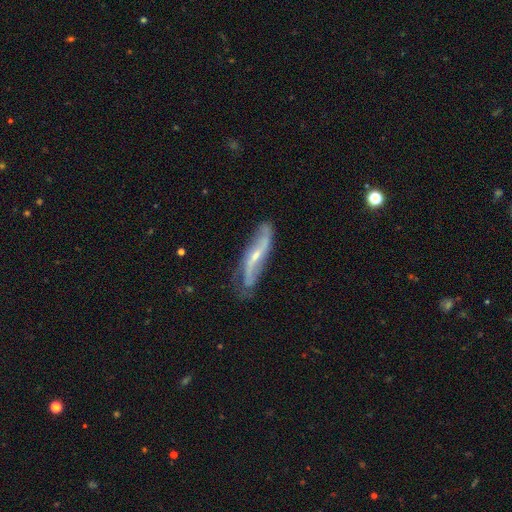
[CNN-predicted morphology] featured or disk 82%, smooth 12%, star or artifact 6%. Down the decision tree: edge-on disk — no (73%); bar — weak (37%); spiral arms — yes (93%); spiral arm count — 2 (86%); spiral winding — loose (67%); bulge size — small (67%); merging — none (69%).